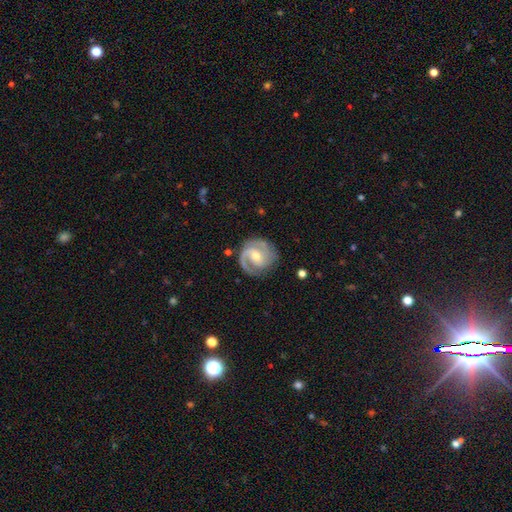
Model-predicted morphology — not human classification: type=featured or disk (87%); edge-on=no (98%); bar=weak (45%); spiral arms=yes (97%); winding=tight (45%); arm count=2 (68%); bulge=moderate (56%); merging=none (78%).